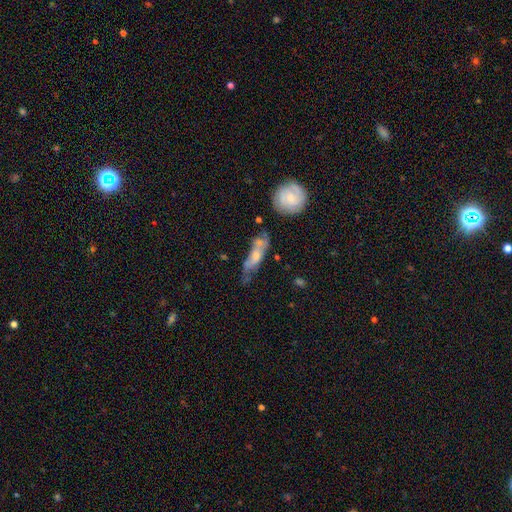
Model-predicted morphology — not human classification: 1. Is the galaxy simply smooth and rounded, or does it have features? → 46% smooth (tied), 46% featured or disk (tied), 8% star or artifact.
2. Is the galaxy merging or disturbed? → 34% none, 26% minor disturbance, 22% merger, 18% major disturbance.